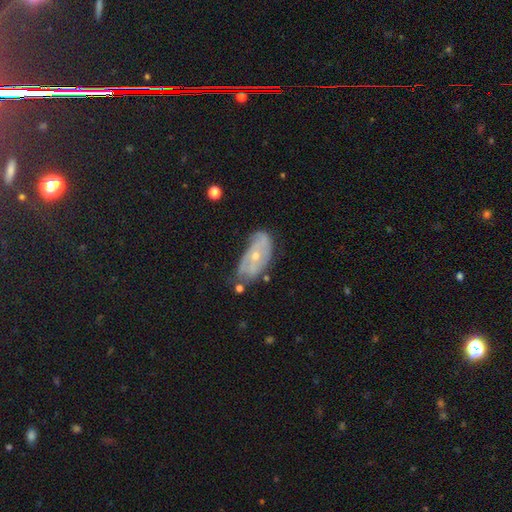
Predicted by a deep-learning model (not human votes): This appears to be a featured or disk galaxy (67%) with no bar (72%), spiral arms (64%) and a small central bulge (60%). Merging: none (48%).